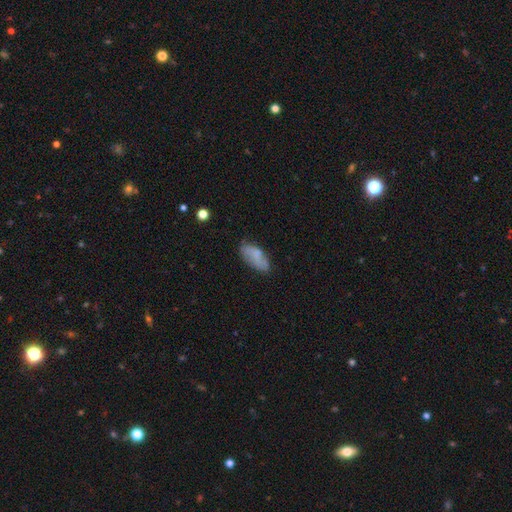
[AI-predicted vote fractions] smooth-or-featured: smooth: 71% | featured or disk: 21% | star or artifact: 8%
  how-rounded: in between: 85% | cigar-shaped: 12% | round: 2%
  merging: none: 63% | minor disturbance: 25% | major disturbance: 8% | merger: 4%